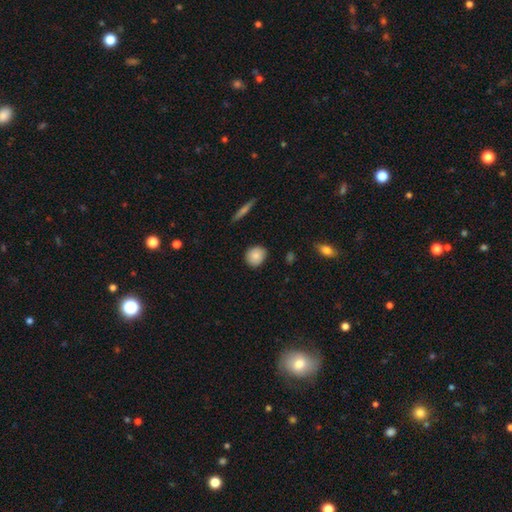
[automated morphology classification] smooth_or_featured: smooth (p=0.84) [alt: featured or disk p=0.08]
how_rounded: round (p=0.78) [alt: in between p=0.21]
merging: none (p=0.87) [alt: minor disturbance p=0.10]